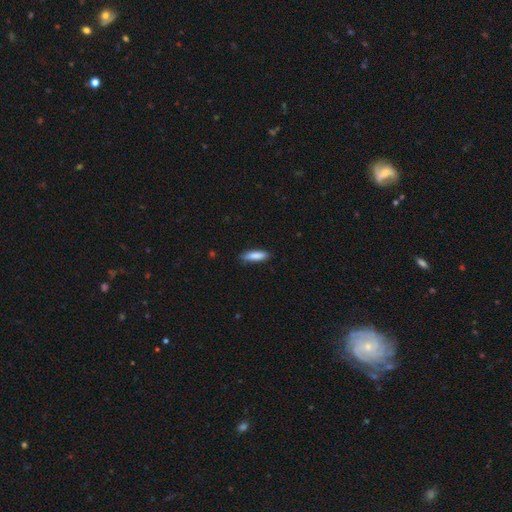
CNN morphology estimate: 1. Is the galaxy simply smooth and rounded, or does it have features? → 85% smooth, 9% featured or disk, 6% star or artifact.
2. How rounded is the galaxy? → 66% cigar-shaped, 33% in between, 1% round.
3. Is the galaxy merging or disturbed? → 83% none, 14% minor disturbance, 2% major disturbance, 1% merger.